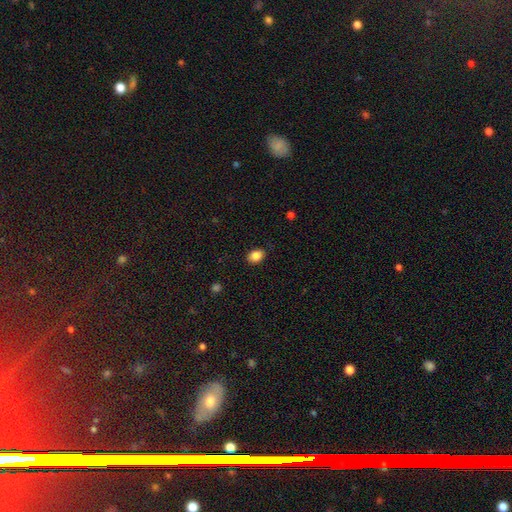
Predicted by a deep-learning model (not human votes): Smooth or featured? Predicted: smooth (p=0.85). How rounded? Predicted: in between (p=0.70). Merging? Predicted: none (p=0.86).